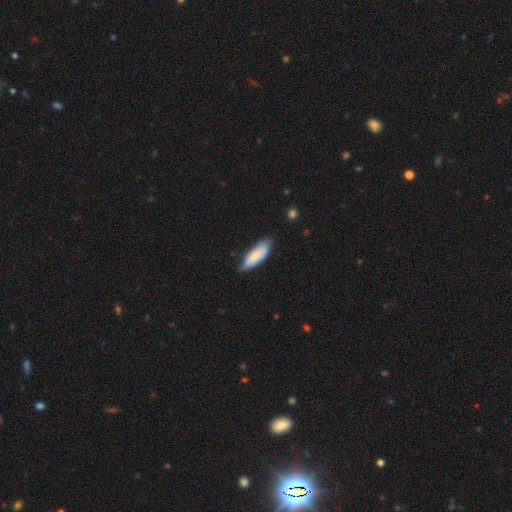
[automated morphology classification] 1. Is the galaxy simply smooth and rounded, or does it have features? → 79% smooth, 15% featured or disk, 6% star or artifact.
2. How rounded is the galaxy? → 67% in between, 32% cigar-shaped, 2% round.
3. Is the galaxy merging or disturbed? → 57% none, 35% minor disturbance, 6% major disturbance, 2% merger.